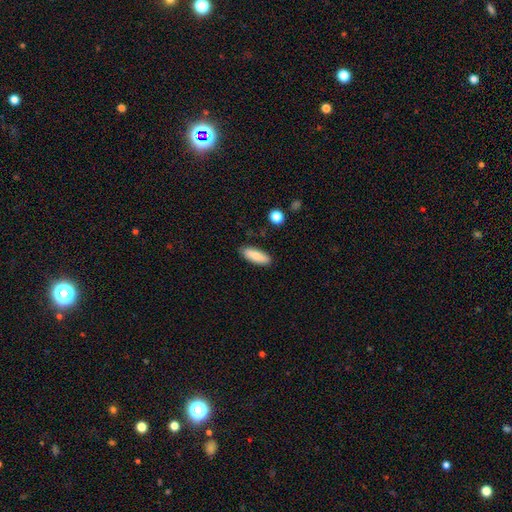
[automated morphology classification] Smooth or featured? smooth (81%)
How rounded? in between (62%)
Merging? none (87%)